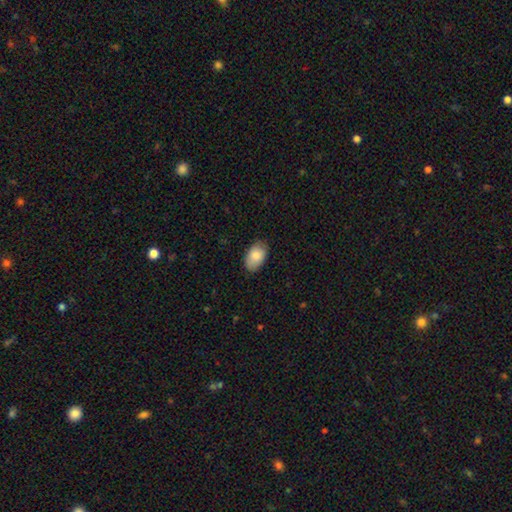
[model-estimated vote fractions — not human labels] Q: Smooth or featured?
A: smooth (85%); runner-up: featured or disk (9%)
Q: How rounded?
A: in between (92%); runner-up: round (7%)
Q: Merging?
A: none (79%); runner-up: minor disturbance (17%)